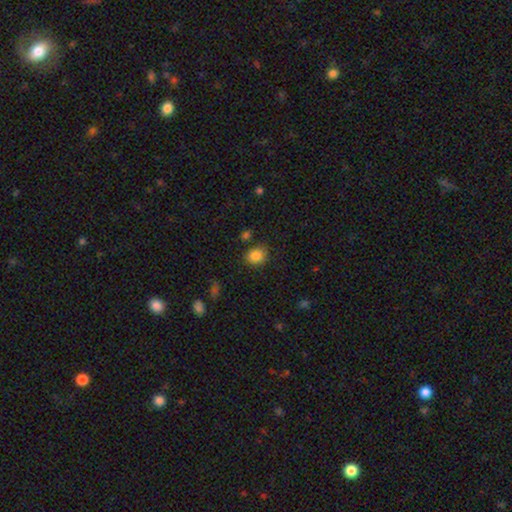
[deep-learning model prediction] Smooth or featured? Predicted: smooth (p=0.85). How rounded? Predicted: round (p=0.67). Merging? Predicted: none (p=0.81).